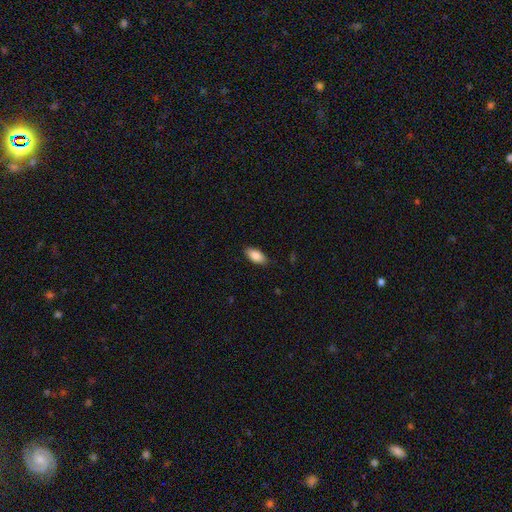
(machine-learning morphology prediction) type=smooth (87%); roundness=in between (91%); merging=none (86%).